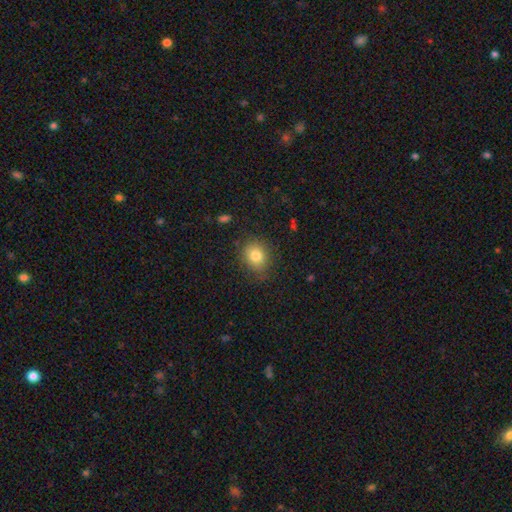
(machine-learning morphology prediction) A smooth galaxy with no disk features (80%) that is round (60%).

Vote fractions:
- Smooth or featured? smooth: 80% / star or artifact: 10% / featured or disk: 9%
- How rounded? round: 60% / in between: 39% / cigar-shaped: 1%
- Merging? none: 78% / minor disturbance: 16% / major disturbance: 4% / merger: 1%